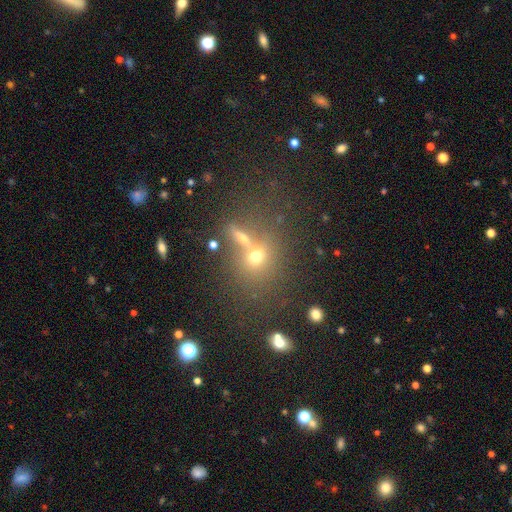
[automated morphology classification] smooth 58%, star or artifact 22%, featured or disk 20%. Down the decision tree: how rounded — round (71%); merging — none (50%).